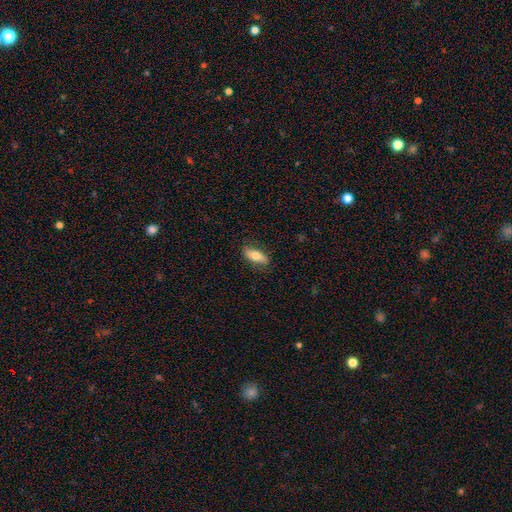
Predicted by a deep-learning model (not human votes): A smooth galaxy with no disk features (73%) that is in between round and cigar-shaped (75%).

Vote fractions:
- Smooth or featured? smooth: 73% / featured or disk: 21% / star or artifact: 6%
- How rounded? in between: 75% / cigar-shaped: 22% / round: 3%
- Merging? none: 84% / minor disturbance: 13% / major disturbance: 3% / merger: 1%